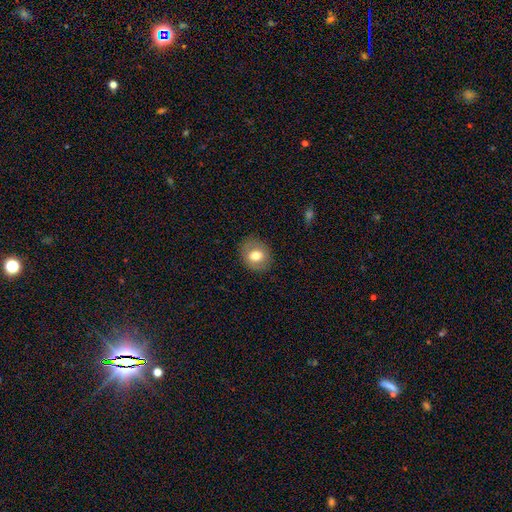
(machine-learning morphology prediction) This appears to be a smooth galaxy with no disk features (73%) that is round (64%). Merging: none (86%).